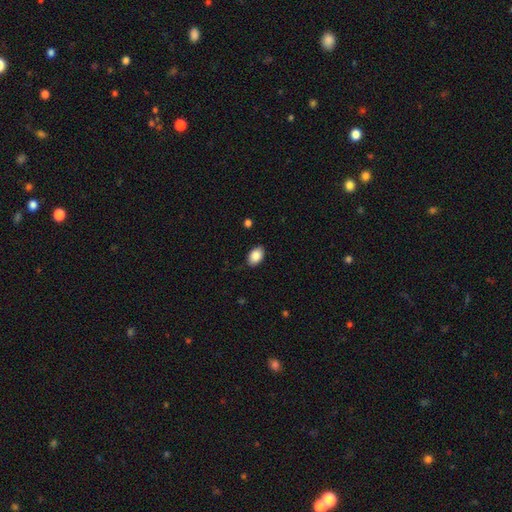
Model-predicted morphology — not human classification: Smooth or featured?
  - smooth: 87% *
  - star or artifact: 7%
  - featured or disk: 5%
How rounded?
  - in between: 90% *
  - round: 9%
  - cigar-shaped: 1%
Merging?
  - none: 85% *
  - minor disturbance: 12%
  - major disturbance: 2%
  - merger: 1%